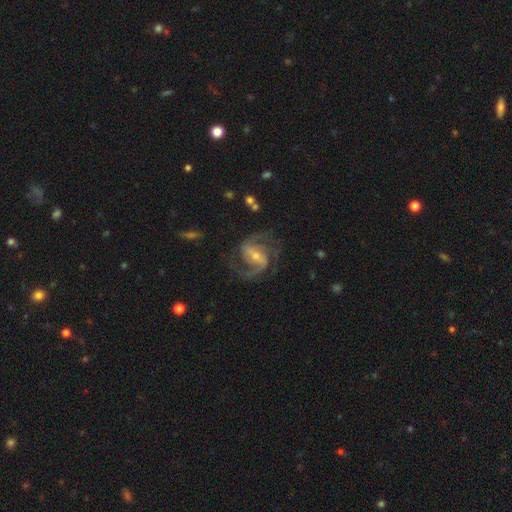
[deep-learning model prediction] featured or disk 91%, star or artifact 5%, smooth 5%. Down the decision tree: edge-on disk — no (98%); bar — weak (46%); spiral arms — yes (98%); spiral arm count — 2 (82%); spiral winding — medium (61%); bulge size — moderate (46%, tied with small); merging — none (72%).